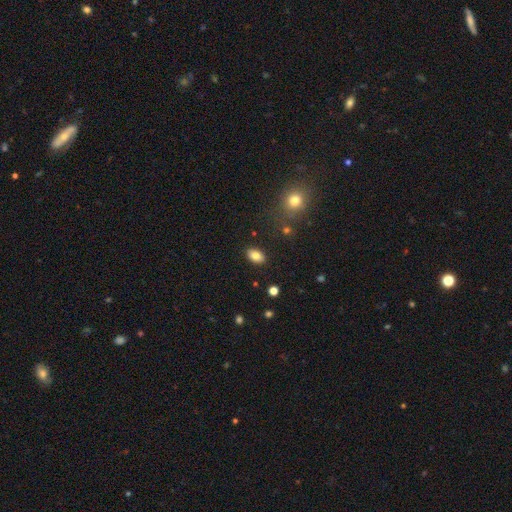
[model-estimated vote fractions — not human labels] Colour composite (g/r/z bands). It shows a smooth galaxy with no disk features (82%) that is in between round and cigar-shaped (88%). Merging: none (87%).